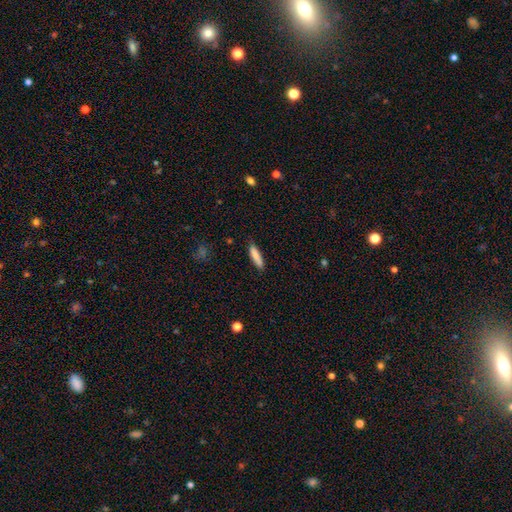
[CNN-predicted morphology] smooth-or-featured: smooth: 85% | featured or disk: 9% | star or artifact: 6%
  how-rounded: cigar-shaped: 76% | in between: 22% | round: 1%
  merging: none: 84% | minor disturbance: 12% | major disturbance: 2% | merger: 1%